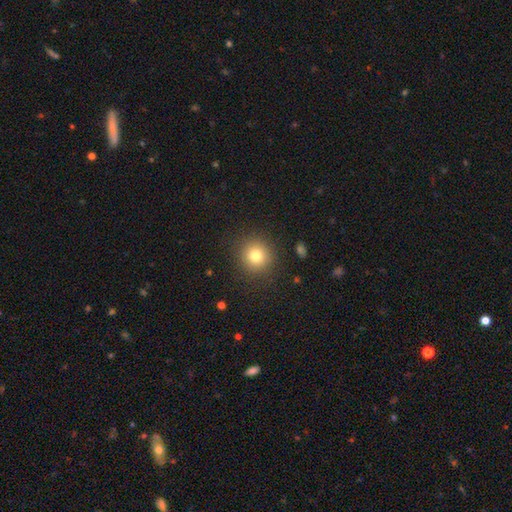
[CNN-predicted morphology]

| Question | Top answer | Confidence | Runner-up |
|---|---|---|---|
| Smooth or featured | smooth | 78% | star or artifact (13%) |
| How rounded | round | 92% | in between (7%) |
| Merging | none | 89% | minor disturbance (7%) |